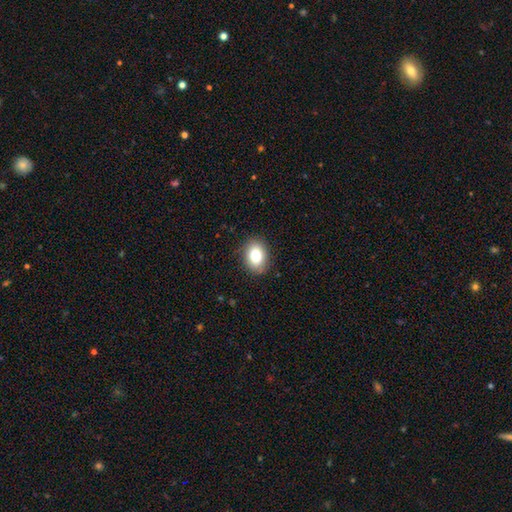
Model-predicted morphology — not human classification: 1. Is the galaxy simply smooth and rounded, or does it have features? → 81% smooth, 10% featured or disk, 9% star or artifact.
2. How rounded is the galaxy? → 70% in between, 29% round, 1% cigar-shaped.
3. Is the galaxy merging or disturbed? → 87% none, 10% minor disturbance, 3% major disturbance, 1% merger.